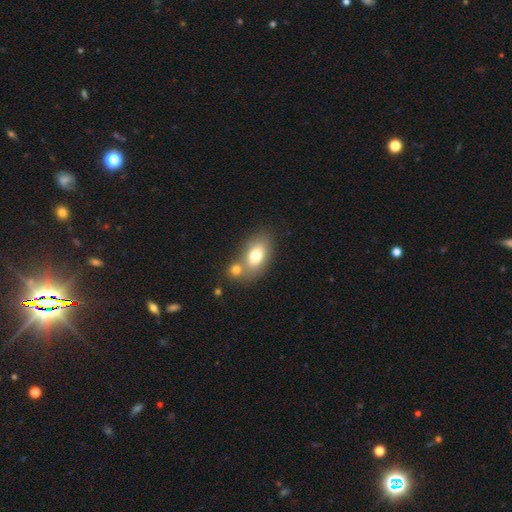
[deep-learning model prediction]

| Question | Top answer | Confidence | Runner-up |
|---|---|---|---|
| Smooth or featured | smooth | 73% | featured or disk (18%) |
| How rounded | in between | 86% | round (12%) |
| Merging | none | 47% | merger (38%) |